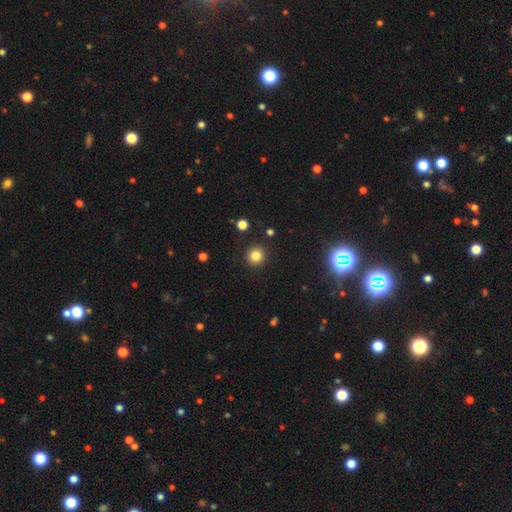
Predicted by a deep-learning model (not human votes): A smooth galaxy with no disk features (83%) that is round (93%). Merging: none (92%).